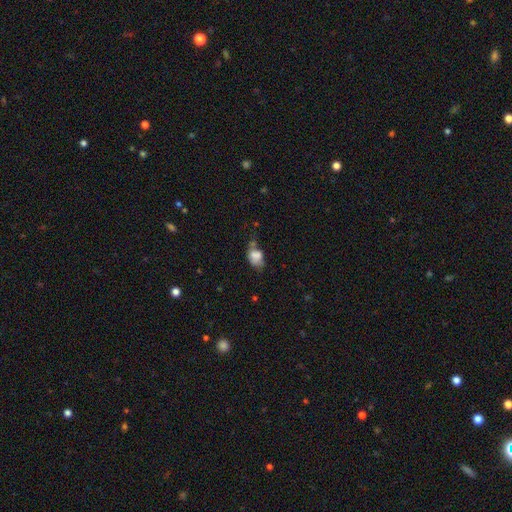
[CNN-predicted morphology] Smooth or featured? smooth (74%)
How rounded? in between (79%)
Merging? none (34%)